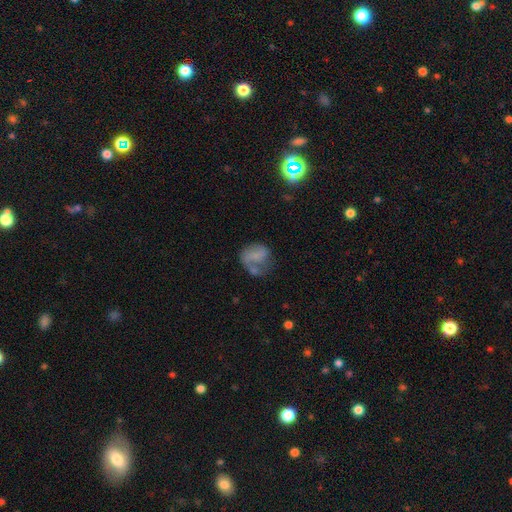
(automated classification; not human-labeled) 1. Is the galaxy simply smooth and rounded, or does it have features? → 46% featured or disk, 44% smooth, 10% star or artifact.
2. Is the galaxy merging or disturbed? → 41% none, 25% minor disturbance, 23% major disturbance, 12% merger.